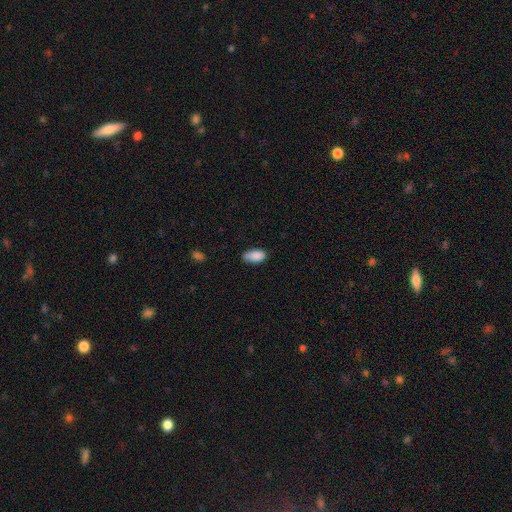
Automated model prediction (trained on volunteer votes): Smooth or featured? Predicted: smooth (p=0.88). How rounded? Predicted: in between (p=0.92). Merging? Predicted: none (p=0.69).